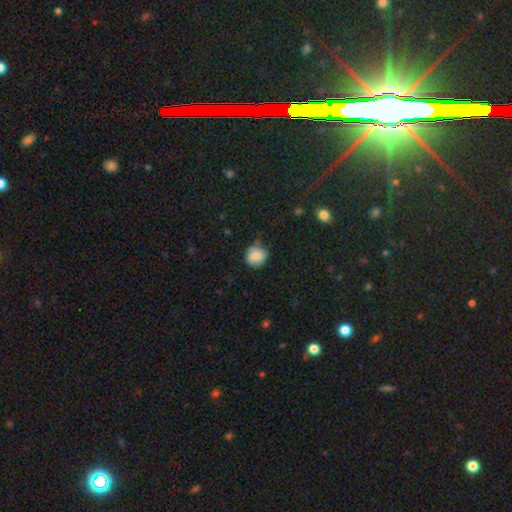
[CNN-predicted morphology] A smooth galaxy with no disk features (78%) that is round (87%). Merging: none (71%).